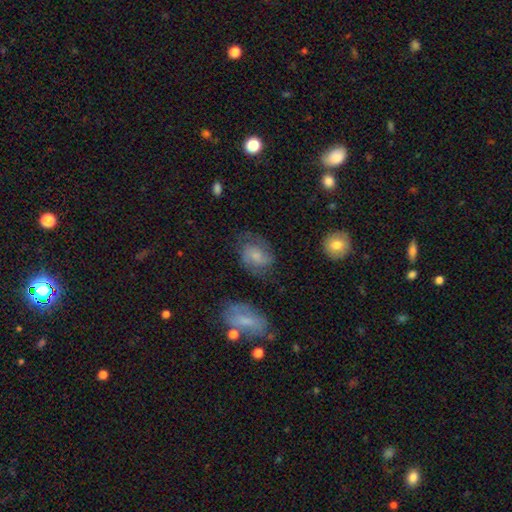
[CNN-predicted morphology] A featured or disk galaxy (55%) with no bar (57%), spiral arms (89%) and a small central bulge (45%). Merging: none (64%).